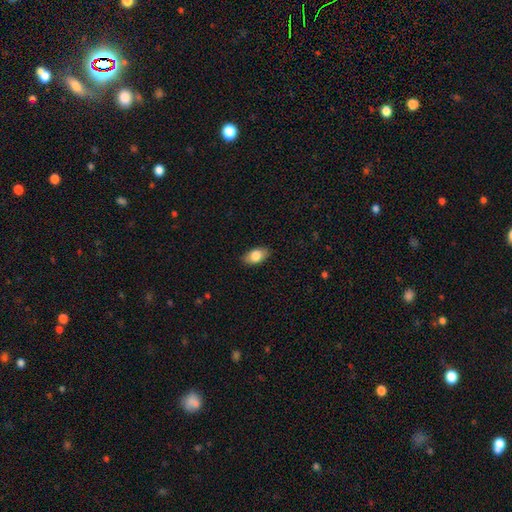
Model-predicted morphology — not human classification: A smooth galaxy with no disk features (83%) that is in between round and cigar-shaped (91%). Merging: none (87%).